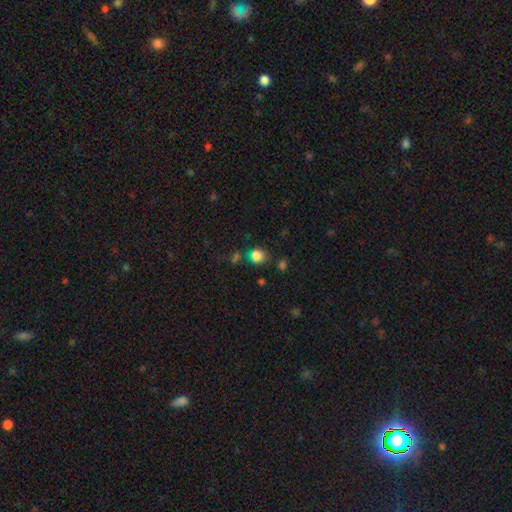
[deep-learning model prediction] smooth 76%, star or artifact 18%, featured or disk 5%. Down the decision tree: how rounded — round (76%); merging — none (70%).